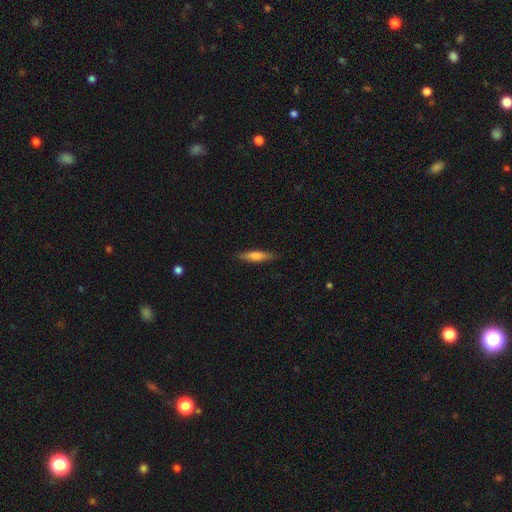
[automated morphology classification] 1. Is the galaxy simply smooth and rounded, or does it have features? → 63% smooth, 31% featured or disk, 6% star or artifact.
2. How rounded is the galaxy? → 79% cigar-shaped, 20% in between, 2% round.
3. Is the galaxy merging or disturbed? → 87% none, 10% minor disturbance, 2% major disturbance, 1% merger.